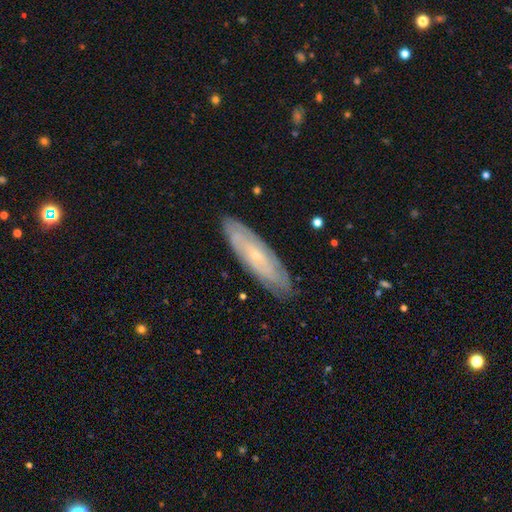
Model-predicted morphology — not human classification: This appears to be a featured or disk galaxy (71%) with no bar (74%), spiral arms (83%) and a small central bulge (84%). Merging: none (85%).